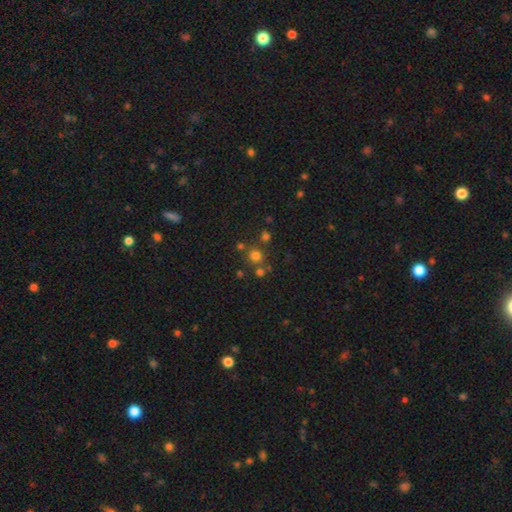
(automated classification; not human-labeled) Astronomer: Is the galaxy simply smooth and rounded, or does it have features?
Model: smooth — 67%.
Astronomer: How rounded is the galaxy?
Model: round — 90%.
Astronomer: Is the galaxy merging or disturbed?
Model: none — 71%.